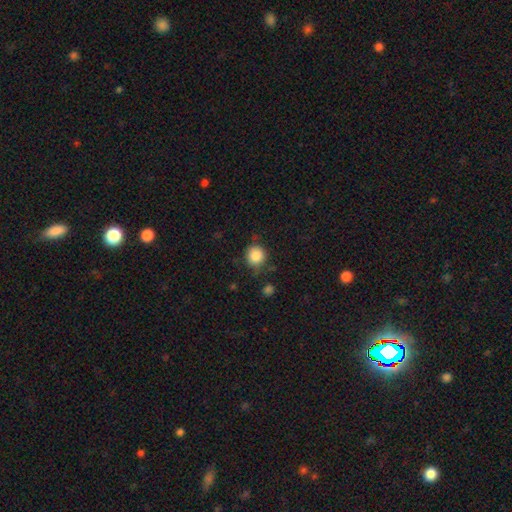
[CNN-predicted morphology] This is clearly a smooth galaxy (86%). How rounded: clearly round (89%). Merging: likely none (76%).